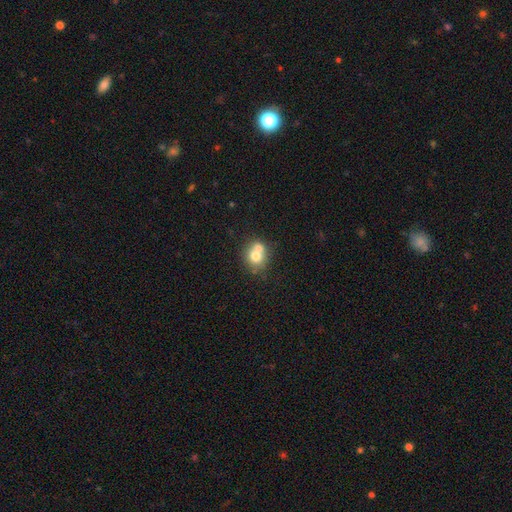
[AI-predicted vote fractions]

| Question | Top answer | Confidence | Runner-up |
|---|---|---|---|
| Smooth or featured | smooth | 70% | featured or disk (19%) |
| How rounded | round | 78% | in between (21%) |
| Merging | merger | 50% | none (39%) |